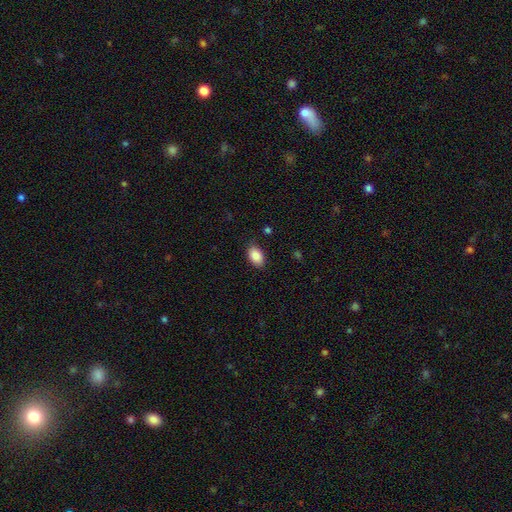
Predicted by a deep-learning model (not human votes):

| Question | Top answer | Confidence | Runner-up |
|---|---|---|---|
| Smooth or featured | smooth | 88% | star or artifact (7%) |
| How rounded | in between | 90% | round (9%) |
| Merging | none | 84% | minor disturbance (12%) |